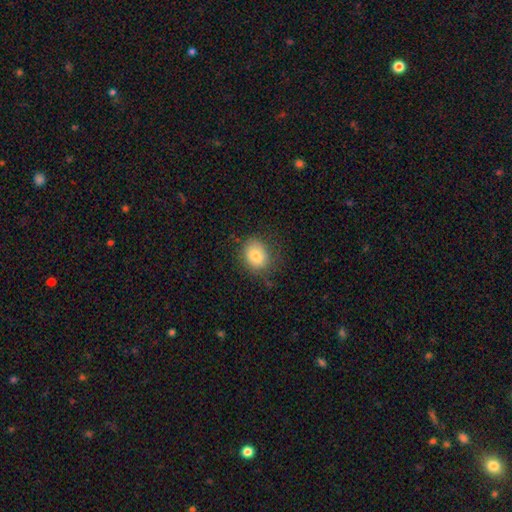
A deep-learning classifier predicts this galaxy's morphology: Smooth or featured: smooth — 80% (featured or disk — 11%)
How rounded: round — 55% (in between — 44%)
Merging: none — 74% (minor disturbance — 18%)